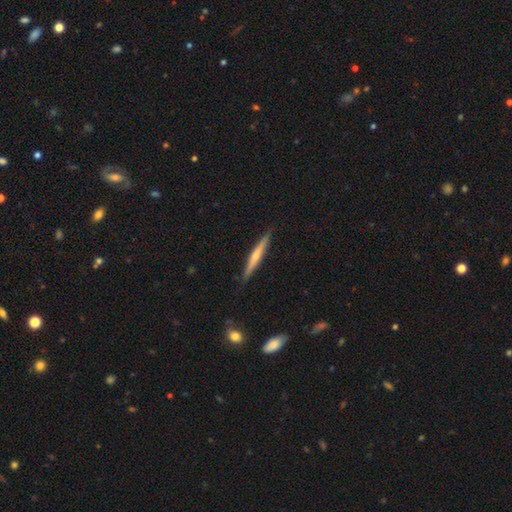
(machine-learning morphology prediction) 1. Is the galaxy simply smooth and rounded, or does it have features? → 55% featured or disk, 39% smooth, 6% star or artifact.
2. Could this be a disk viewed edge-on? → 97% yes, 3% no.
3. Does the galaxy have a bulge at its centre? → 61% rounded, 33% none, 6% boxy.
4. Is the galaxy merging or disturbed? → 89% none, 9% minor disturbance, 1% major disturbance, 1% merger.